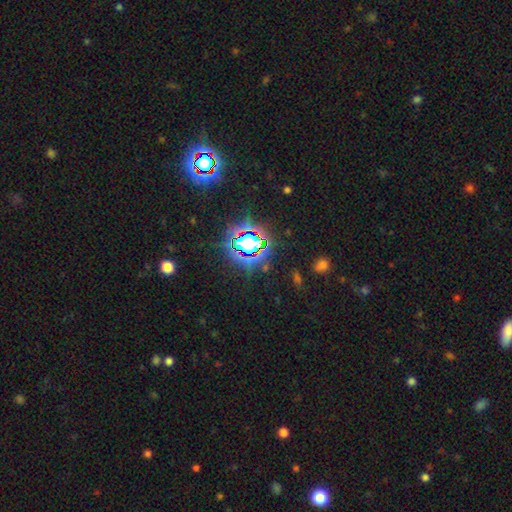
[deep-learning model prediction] smooth-or-featured: star or artifact: 82% | smooth: 11% | featured or disk: 7%